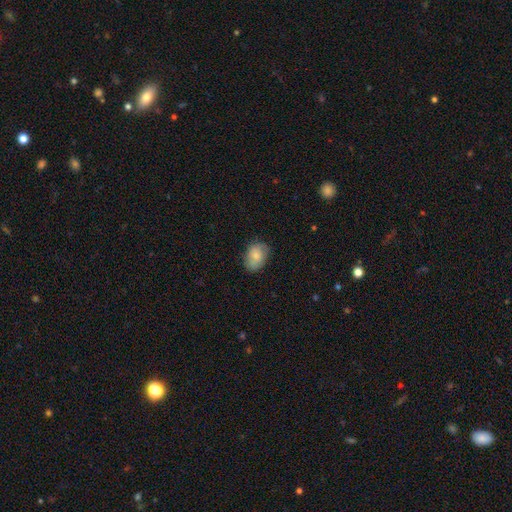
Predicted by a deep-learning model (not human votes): A smooth galaxy with no disk features (78%) that is in between round and cigar-shaped (79%). Merging: none (73%).